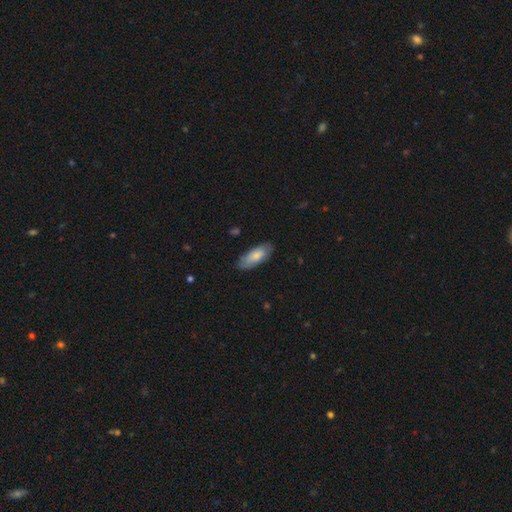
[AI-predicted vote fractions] Smooth or featured? smooth (79%)
How rounded? in between (80%)
Merging? none (81%)